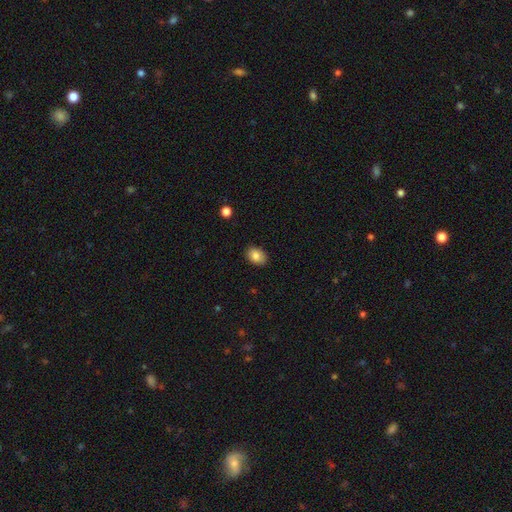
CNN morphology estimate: Smooth or featured?
  - smooth: 85% *
  - star or artifact: 8%
  - featured or disk: 7%
How rounded?
  - in between: 77% *
  - round: 22%
  - cigar-shaped: 1%
Merging?
  - none: 87% *
  - minor disturbance: 10%
  - major disturbance: 2%
  - merger: 1%